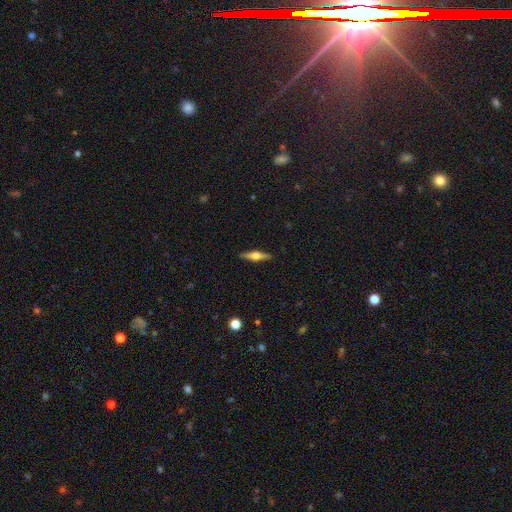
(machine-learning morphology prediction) Q: Smooth or featured?
A: featured or disk (68%); runner-up: smooth (27%)
Q: Edge-on disk?
A: yes (97%); runner-up: no (3%)
Q: Edge-on bulge?
A: rounded (93%); runner-up: boxy (5%)
Q: Merging?
A: none (91%); runner-up: minor disturbance (7%)